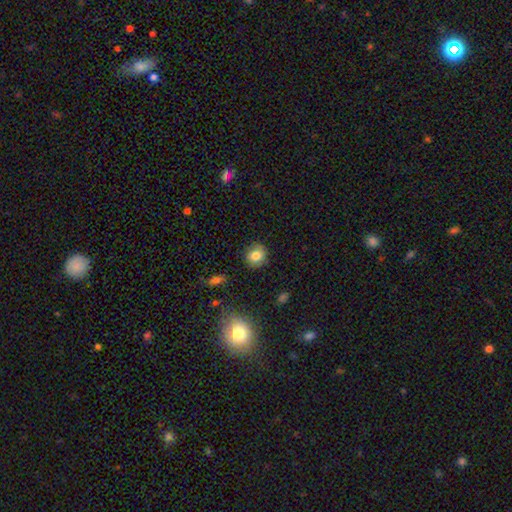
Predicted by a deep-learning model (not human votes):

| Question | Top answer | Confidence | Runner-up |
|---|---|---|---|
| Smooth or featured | smooth | 80% | star or artifact (10%) |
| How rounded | round | 78% | in between (20%) |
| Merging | none | 85% | minor disturbance (11%) |